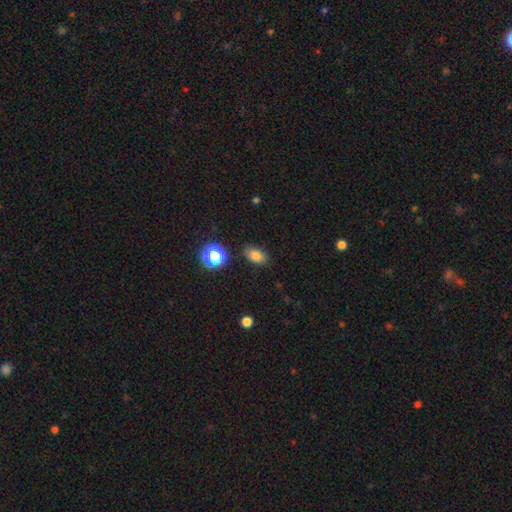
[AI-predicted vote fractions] This appears to be a smooth galaxy with no disk features (79%) that is in between round and cigar-shaped (83%). Merging: none (85%).